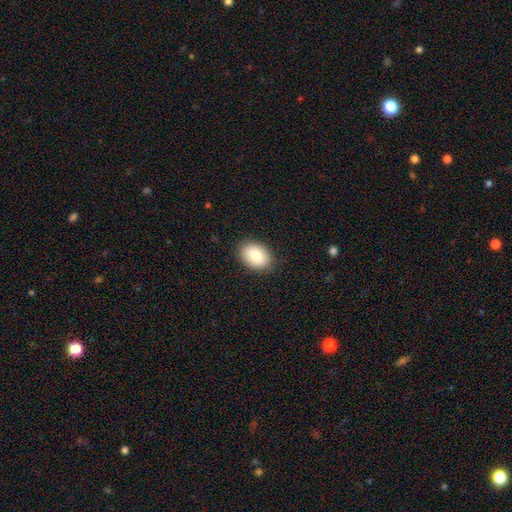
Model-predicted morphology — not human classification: Q: Smooth or featured?
A: smooth (83%); runner-up: featured or disk (10%)
Q: How rounded?
A: in between (81%); runner-up: round (18%)
Q: Merging?
A: none (88%); runner-up: minor disturbance (9%)